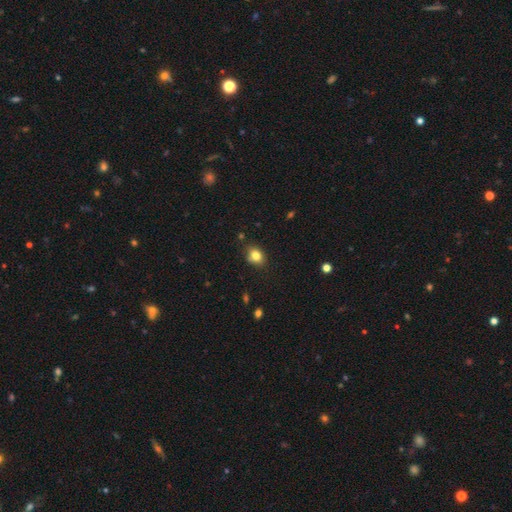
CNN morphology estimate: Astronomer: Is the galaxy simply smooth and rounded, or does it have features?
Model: smooth — 82%.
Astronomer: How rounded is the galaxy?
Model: in between — 62%.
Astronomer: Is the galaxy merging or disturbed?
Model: none — 80%.